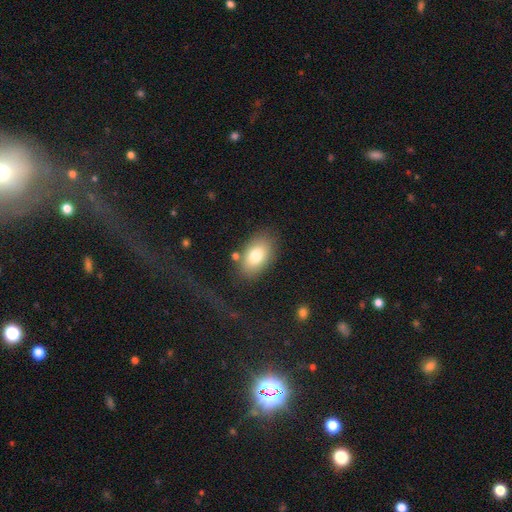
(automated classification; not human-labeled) This appears to be a smooth galaxy with no disk features (78%) that is in between round and cigar-shaped (89%). Merging: none (77%).